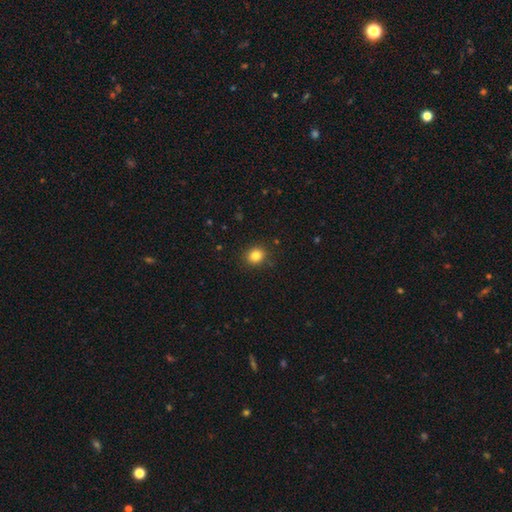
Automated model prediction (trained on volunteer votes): Smooth or featured? Predicted: smooth (p=0.83). How rounded? Predicted: round (p=0.73). Merging? Predicted: none (p=0.89).